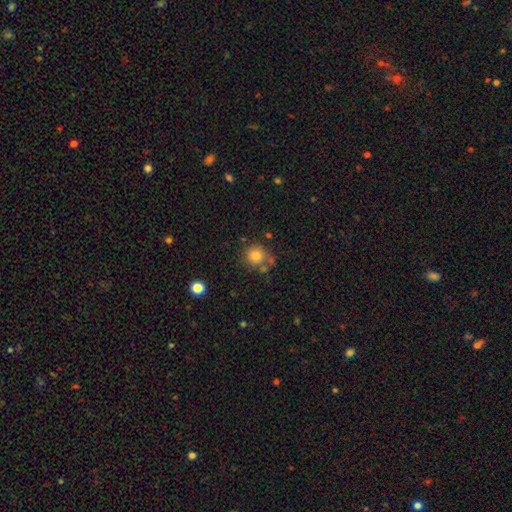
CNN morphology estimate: smooth 79%, star or artifact 11%, featured or disk 9%. Down the decision tree: how rounded — round (89%); merging — none (64%).